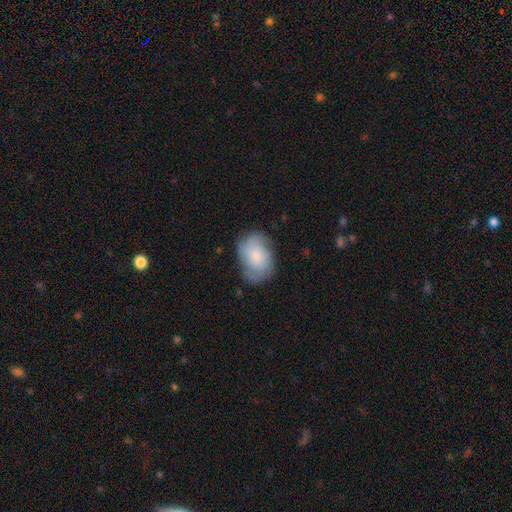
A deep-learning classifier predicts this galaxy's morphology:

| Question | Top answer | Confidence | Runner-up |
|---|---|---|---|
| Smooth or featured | smooth | 51% | featured or disk (42%) |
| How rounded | in between | 77% | round (22%) |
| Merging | none | 64% | minor disturbance (26%) |